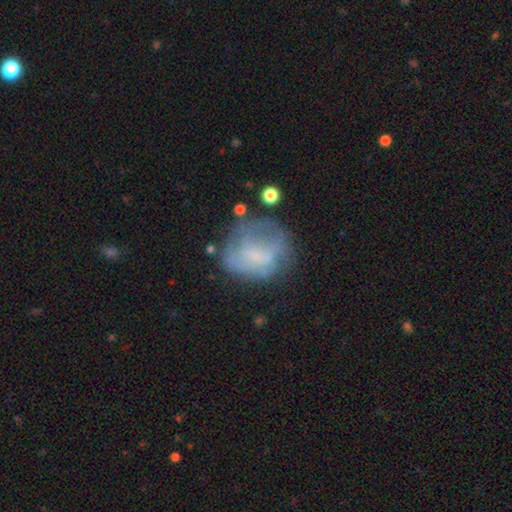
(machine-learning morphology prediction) Smooth or featured? featured or disk (45%)
Merging? none (46%)